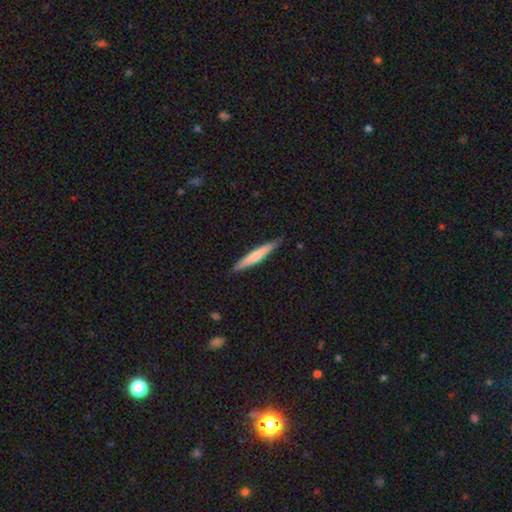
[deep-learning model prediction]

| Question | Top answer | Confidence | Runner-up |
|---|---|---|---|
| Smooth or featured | smooth | 62% | featured or disk (33%) |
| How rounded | cigar-shaped | 95% | in between (4%) |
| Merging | none | 88% | minor disturbance (9%) |